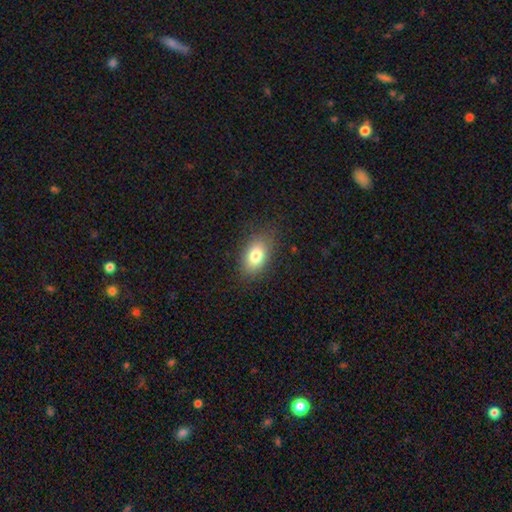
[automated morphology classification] A smooth galaxy with no disk features (80%) that is in between round and cigar-shaped (87%).

Vote fractions:
- Smooth or featured? smooth: 80% / featured or disk: 11% / star or artifact: 9%
- How rounded? in between: 87% / round: 11% / cigar-shaped: 2%
- Merging? none: 83% / minor disturbance: 12% / major disturbance: 4% / merger: 1%